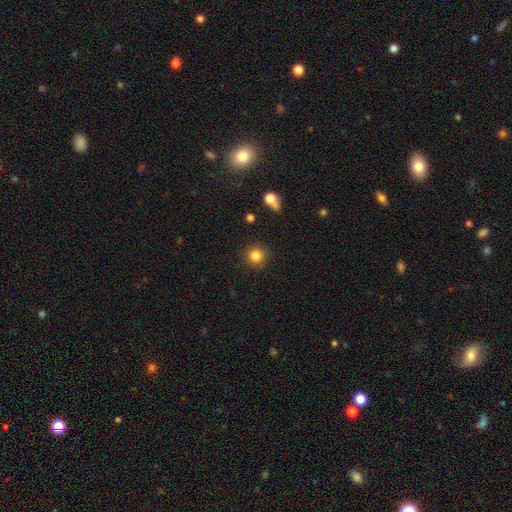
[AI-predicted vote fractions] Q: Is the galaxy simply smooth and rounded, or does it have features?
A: smooth — 84%.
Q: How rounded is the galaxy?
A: round — 93%.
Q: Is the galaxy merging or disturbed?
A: none — 87%.